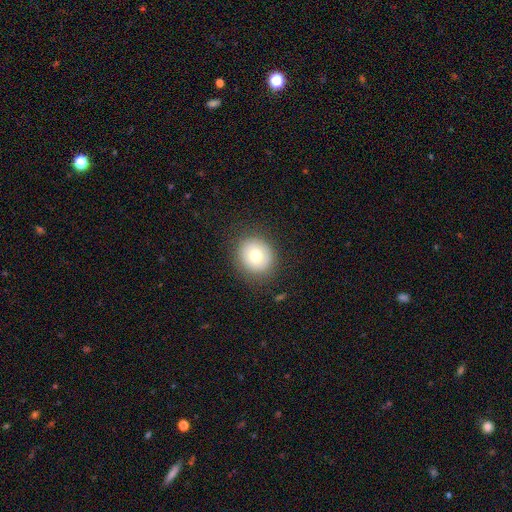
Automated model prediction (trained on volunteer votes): smooth 72%, featured or disk 18%, star or artifact 10%. Down the decision tree: how rounded — round (83%); merging — none (85%).